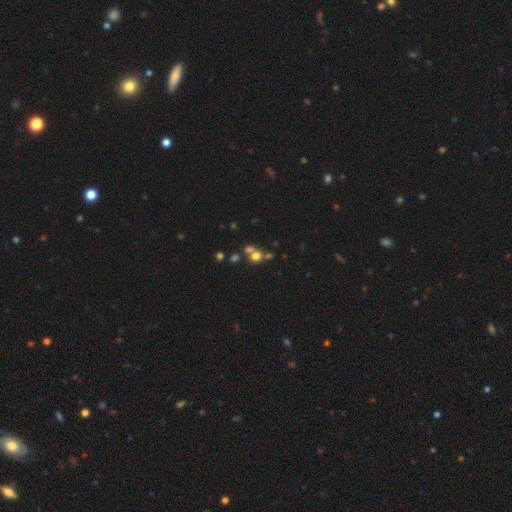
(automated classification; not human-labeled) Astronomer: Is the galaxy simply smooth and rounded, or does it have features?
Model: smooth — 64%.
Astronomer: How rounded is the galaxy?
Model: round — 83%.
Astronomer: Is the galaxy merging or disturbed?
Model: none — 44%, tied with merger at 44%.